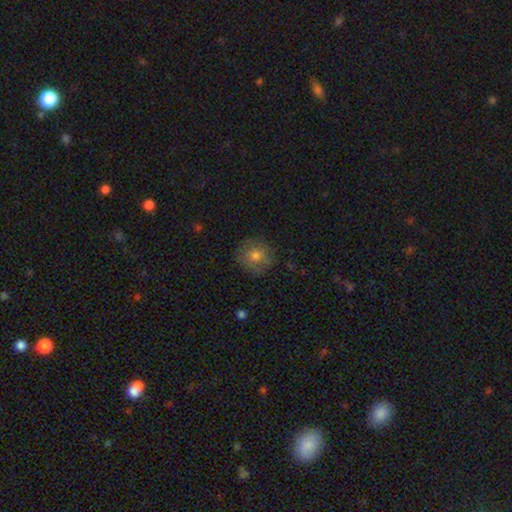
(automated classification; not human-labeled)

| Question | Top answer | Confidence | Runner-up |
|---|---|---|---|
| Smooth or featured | smooth | 75% | featured or disk (15%) |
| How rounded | round | 92% | in between (7%) |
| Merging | none | 85% | minor disturbance (11%) |